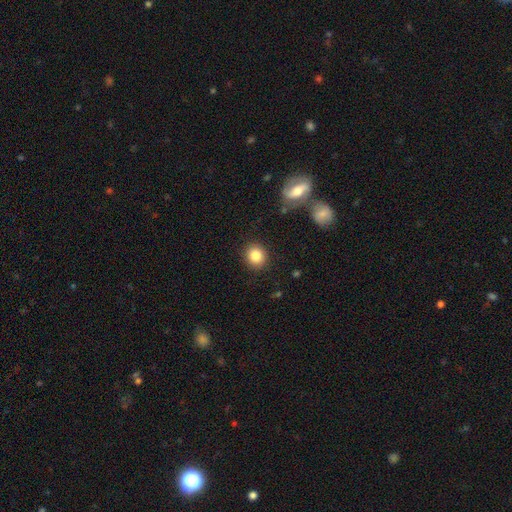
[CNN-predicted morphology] Q: Smooth or featured?
A: smooth (85%); runner-up: star or artifact (9%)
Q: How rounded?
A: round (82%); runner-up: in between (17%)
Q: Merging?
A: none (89%); runner-up: minor disturbance (7%)